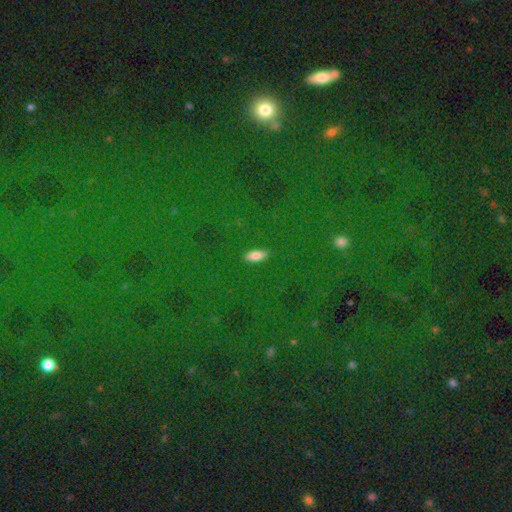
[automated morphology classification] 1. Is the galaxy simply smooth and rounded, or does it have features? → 77% smooth, 13% star or artifact, 10% featured or disk.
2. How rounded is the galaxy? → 71% in between, 24% cigar-shaped, 5% round.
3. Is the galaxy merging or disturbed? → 88% none, 8% minor disturbance, 2% major disturbance, 2% merger.